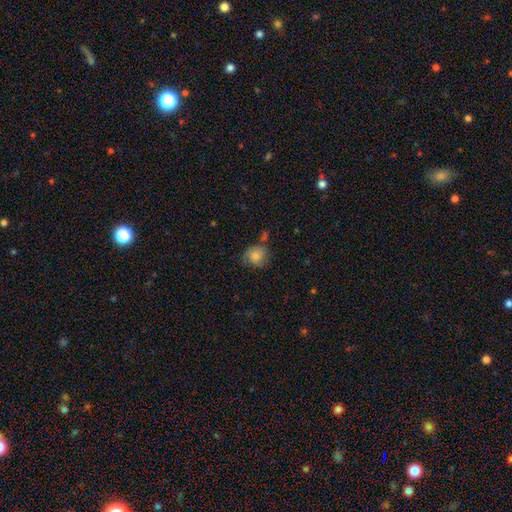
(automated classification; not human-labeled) A smooth galaxy with no disk features (77%) that is round (78%). Merging: none (59%).